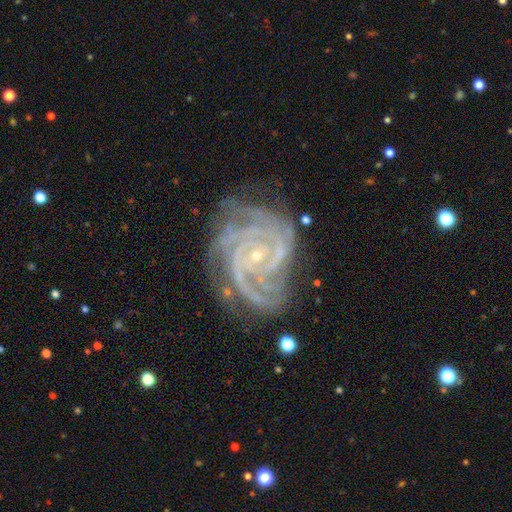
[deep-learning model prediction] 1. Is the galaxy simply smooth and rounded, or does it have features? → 91% featured or disk, 6% star or artifact, 3% smooth.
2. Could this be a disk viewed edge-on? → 98% no, 2% yes.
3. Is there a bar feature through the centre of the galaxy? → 68% no, 22% weak, 10% strong.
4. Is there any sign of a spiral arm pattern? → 99% yes, 1% no.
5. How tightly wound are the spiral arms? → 74% tight, 23% medium, 3% loose.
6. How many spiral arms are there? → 32% 4, 24% 3, 13% more than 4, 12% can't tell, 12% 2, 8% 1.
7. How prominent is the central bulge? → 86% small, 10% moderate, 2% none, 1% large, 1% dominant.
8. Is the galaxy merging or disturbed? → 70% none, 20% minor disturbance, 8% major disturbance, 2% merger.